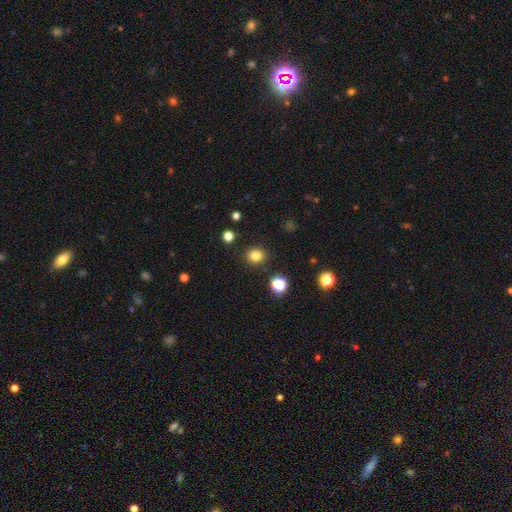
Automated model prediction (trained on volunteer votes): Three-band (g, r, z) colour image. It shows a smooth galaxy with no disk features (81%) that is round (76%). Merging: none (89%).